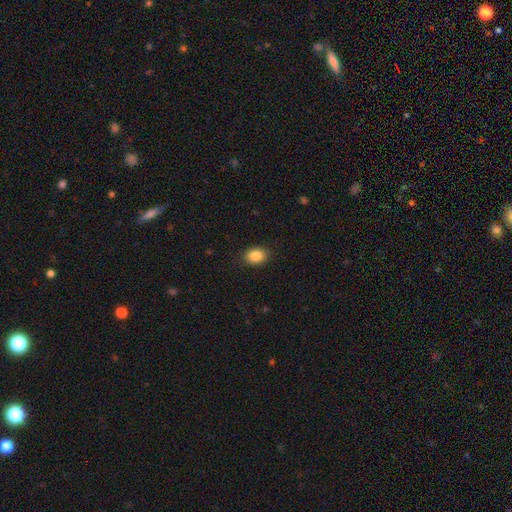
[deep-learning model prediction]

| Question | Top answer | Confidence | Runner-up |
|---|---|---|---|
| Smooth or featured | smooth | 86% | star or artifact (9%) |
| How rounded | in between | 67% | round (32%) |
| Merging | none | 89% | minor disturbance (8%) |